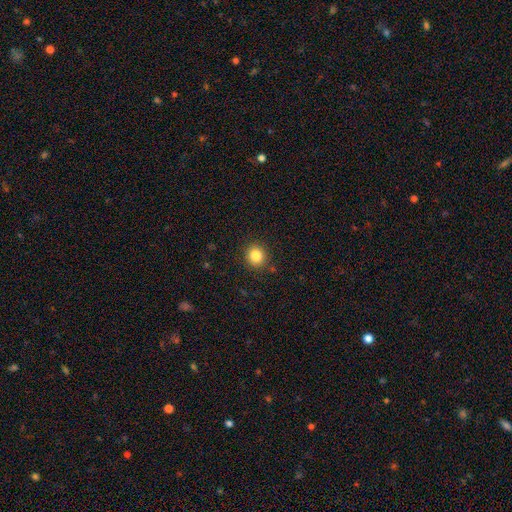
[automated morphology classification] Q: Smooth or featured?
A: smooth (83%); runner-up: star or artifact (11%)
Q: How rounded?
A: round (87%); runner-up: in between (12%)
Q: Merging?
A: none (89%); runner-up: minor disturbance (7%)